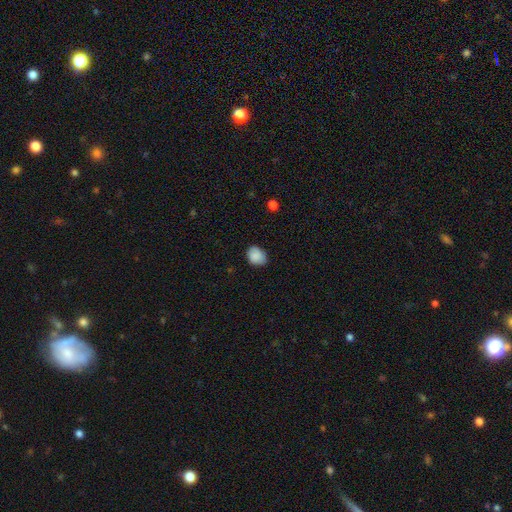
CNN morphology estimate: smooth-or-featured: smooth: 88% | star or artifact: 7% | featured or disk: 5%
  how-rounded: in between: 59% | round: 40% | cigar-shaped: 1%
  merging: none: 77% | minor disturbance: 19% | major disturbance: 3% | merger: 1%